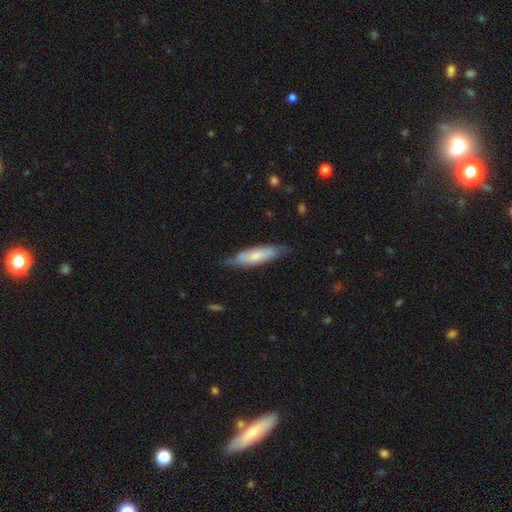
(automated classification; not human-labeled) Smooth or featured: smooth — 62% (featured or disk — 32%)
How rounded: cigar-shaped — 64% (in between — 35%)
Merging: none — 73% (minor disturbance — 22%)